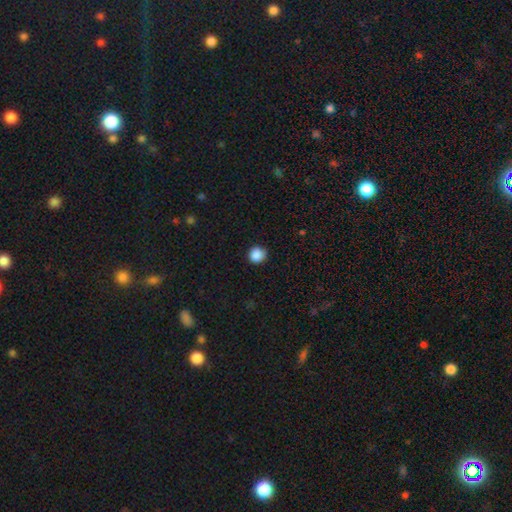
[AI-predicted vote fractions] Q: Smooth or featured?
A: smooth (88%); runner-up: star or artifact (10%)
Q: How rounded?
A: round (93%); runner-up: in between (6%)
Q: Merging?
A: none (88%); runner-up: minor disturbance (8%)